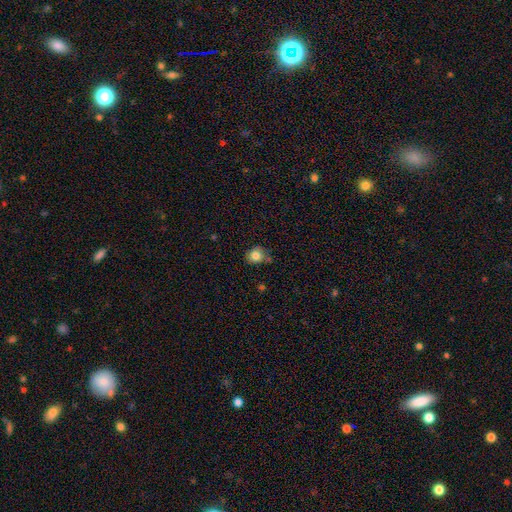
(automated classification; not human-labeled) Q: Smooth or featured?
A: smooth (83%); runner-up: star or artifact (10%)
Q: How rounded?
A: round (74%); runner-up: in between (25%)
Q: Merging?
A: none (61%); runner-up: minor disturbance (27%)